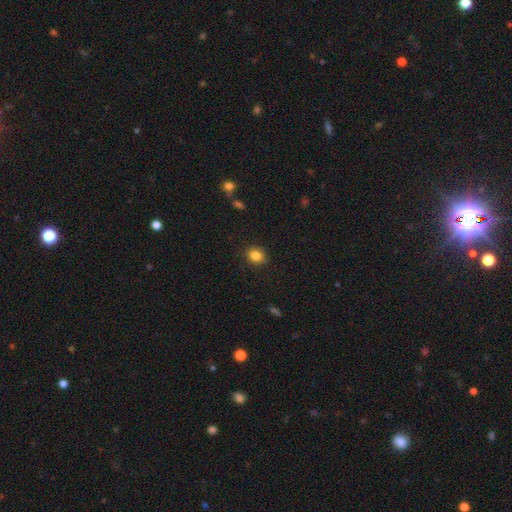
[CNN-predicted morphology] A smooth galaxy with no disk features (84%) that is round (71%). Merging: none (88%).